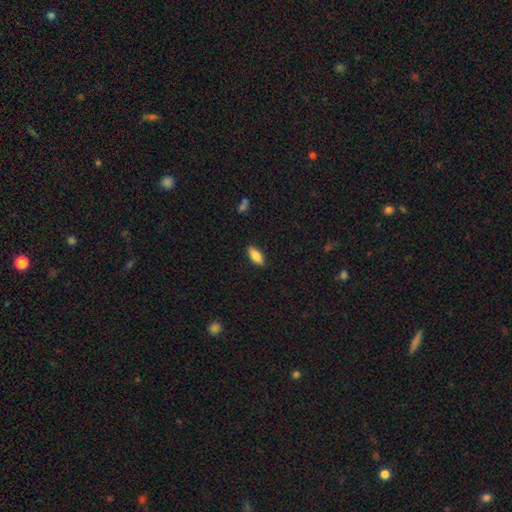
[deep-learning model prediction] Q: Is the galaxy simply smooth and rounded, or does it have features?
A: smooth — 83%.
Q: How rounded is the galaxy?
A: in between — 84%.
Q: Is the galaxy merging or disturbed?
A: none — 88%.